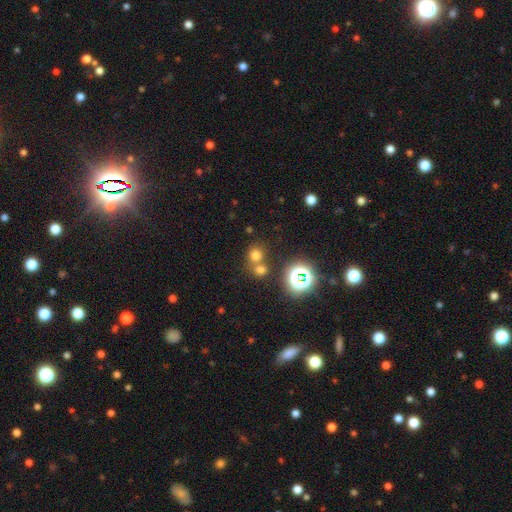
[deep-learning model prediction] smooth 67%, star or artifact 25%, featured or disk 8%. Down the decision tree: how rounded — round (82%); merging — none (55%).